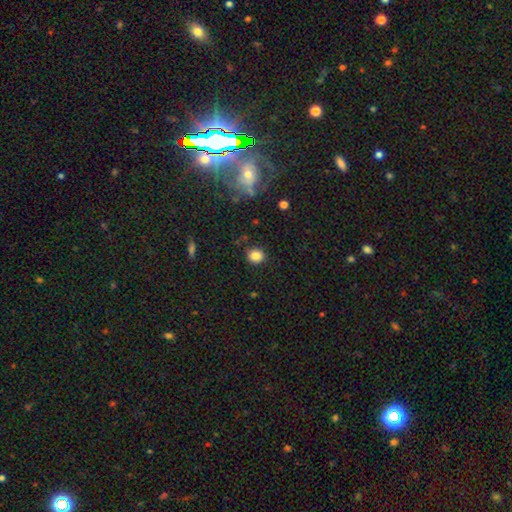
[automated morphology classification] Smooth or featured? Predicted: smooth (p=0.84). How rounded? Predicted: round (p=0.79). Merging? Predicted: none (p=0.87).